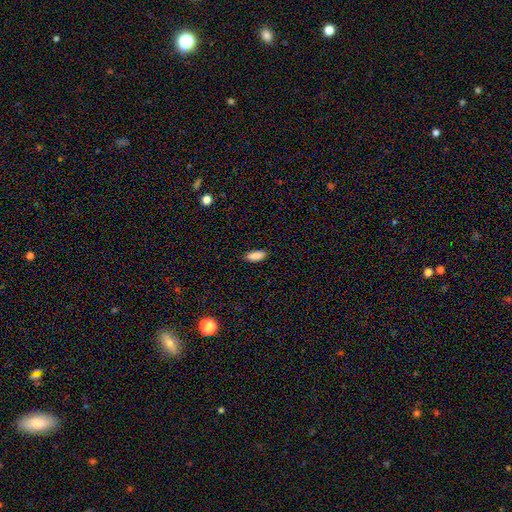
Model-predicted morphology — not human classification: type=smooth (89%); roundness=in between (77%); merging=none (86%).